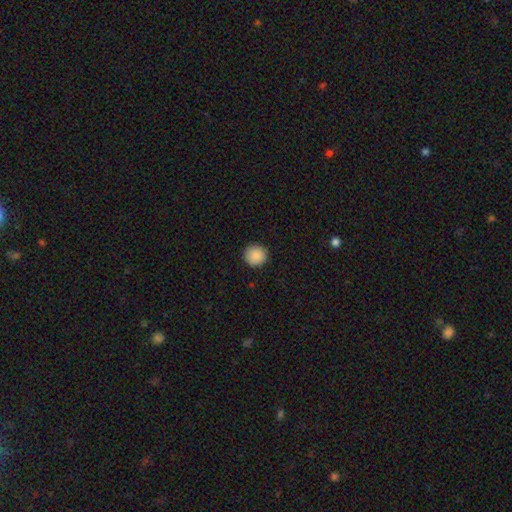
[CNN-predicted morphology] smooth-or-featured: smooth: 89% | star or artifact: 8% | featured or disk: 3%
  how-rounded: round: 95% | in between: 4% | cigar-shaped: 1%
  merging: none: 92% | minor disturbance: 5% | major disturbance: 2% | merger: 1%